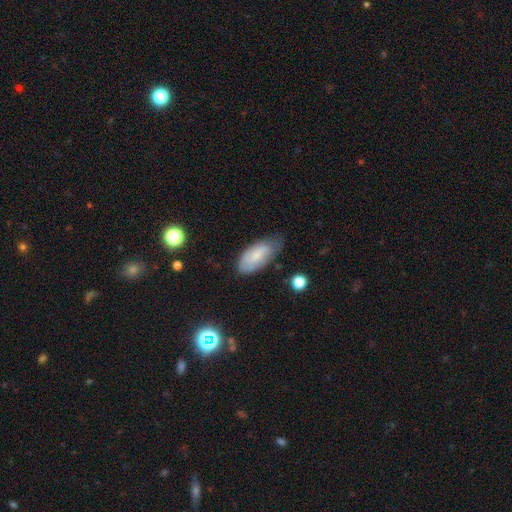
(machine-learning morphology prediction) The model was most divided on "merging": none: 59%, minor disturbance: 32%, major disturbance: 8%, merger: 2%. More confident: how rounded — in between (89%); smooth or featured — smooth (66%).